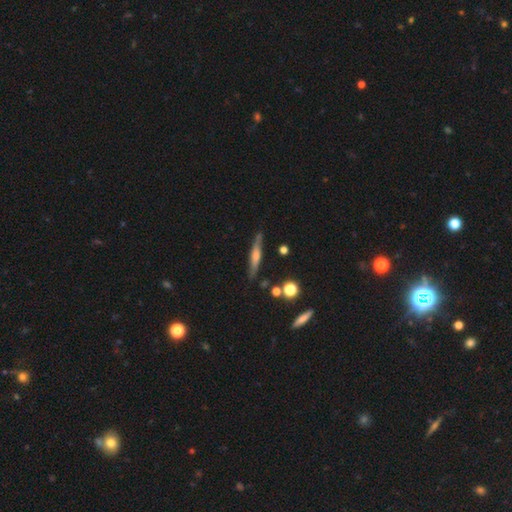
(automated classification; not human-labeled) This appears to be a featured or disk galaxy (60%) viewed edge-on (94%) with a rounded central bulge (69%). Merging: none (82%).